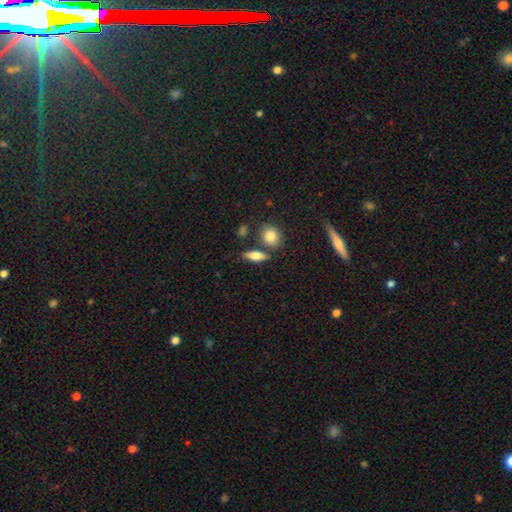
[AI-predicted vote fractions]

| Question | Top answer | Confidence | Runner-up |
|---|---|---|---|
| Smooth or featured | smooth | 66% | featured or disk (25%) |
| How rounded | in between | 59% | cigar-shaped (32%) |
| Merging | none | 74% | minor disturbance (12%) |